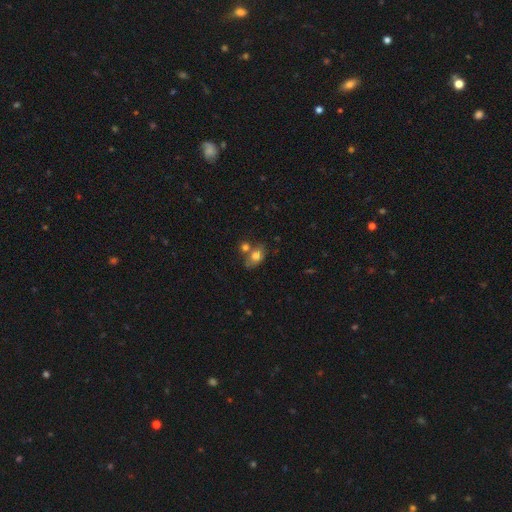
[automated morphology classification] Smooth or featured: smooth — 75% (featured or disk — 15%)
How rounded: in between — 63% (round — 36%)
Merging: none — 47% (merger — 31%)